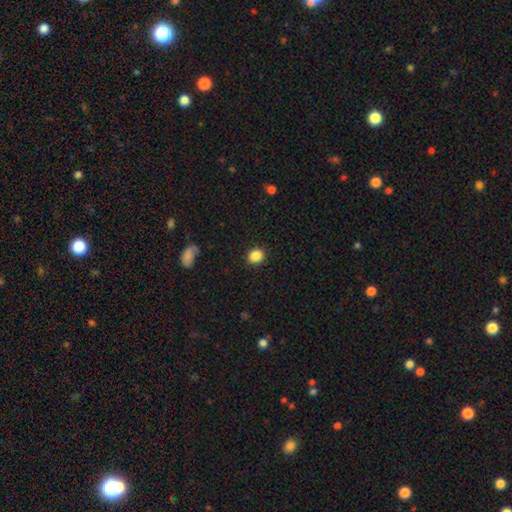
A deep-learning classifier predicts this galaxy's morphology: Smooth or featured? smooth (87%)
How rounded? round (69%)
Merging? none (90%)